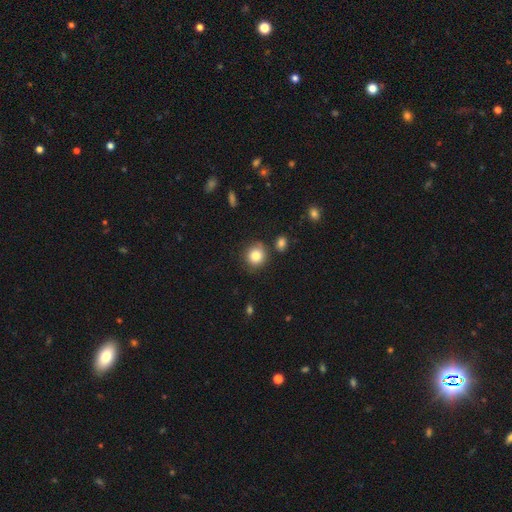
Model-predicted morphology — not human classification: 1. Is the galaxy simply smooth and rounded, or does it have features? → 84% smooth, 10% star or artifact, 6% featured or disk.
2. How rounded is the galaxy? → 87% round, 12% in between, 1% cigar-shaped.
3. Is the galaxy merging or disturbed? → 78% none, 13% minor disturbance, 6% merger, 3% major disturbance.